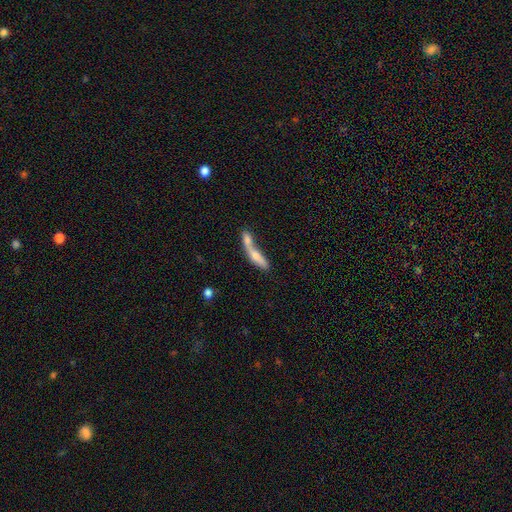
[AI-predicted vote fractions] smooth 60%, featured or disk 32%, star or artifact 8%. Down the decision tree: how rounded — cigar-shaped (64%); merging — merger (66%).